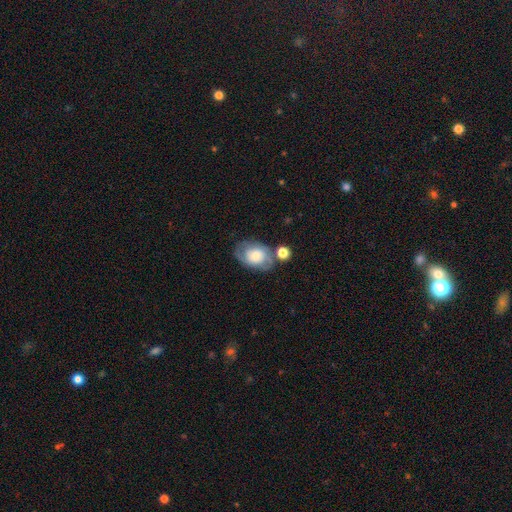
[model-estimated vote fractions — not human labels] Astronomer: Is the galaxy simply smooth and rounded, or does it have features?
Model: featured or disk — 49% (runner-up: smooth, 43%).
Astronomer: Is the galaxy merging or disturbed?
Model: none — 55%.